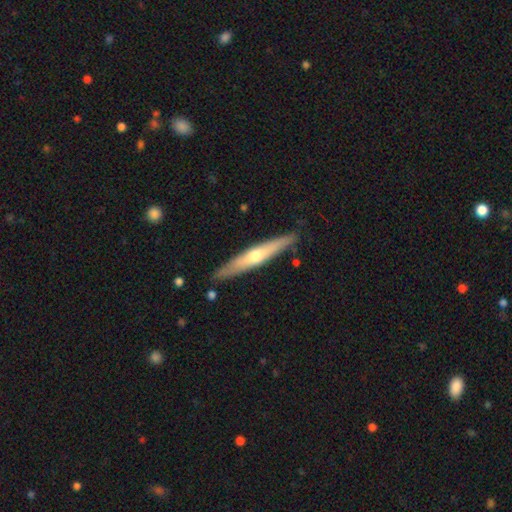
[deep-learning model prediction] Smooth or featured? featured or disk (57%)
Edge-on disk? yes (92%)
Edge-on bulge? rounded (80%)
Merging? none (87%)